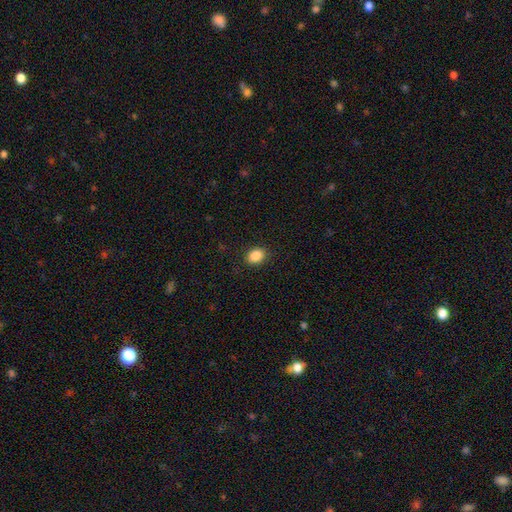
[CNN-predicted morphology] smooth-or-featured: smooth: 87% | star or artifact: 9% | featured or disk: 4%
  how-rounded: in between: 63% | round: 37% | cigar-shaped: 1%
  merging: none: 89% | minor disturbance: 8% | major disturbance: 2% | merger: 1%